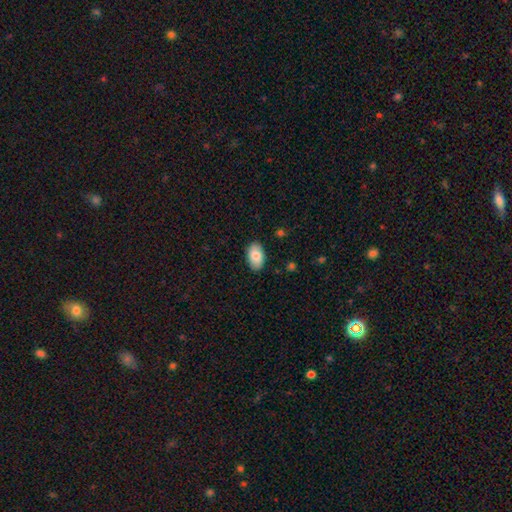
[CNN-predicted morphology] type=smooth (82%); roundness=in between (94%); merging=none (87%).